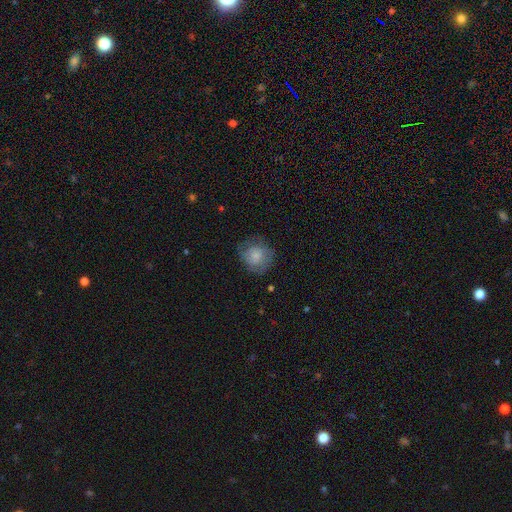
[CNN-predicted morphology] Smooth or featured? smooth (73%)
How rounded? round (85%)
Merging? none (66%)